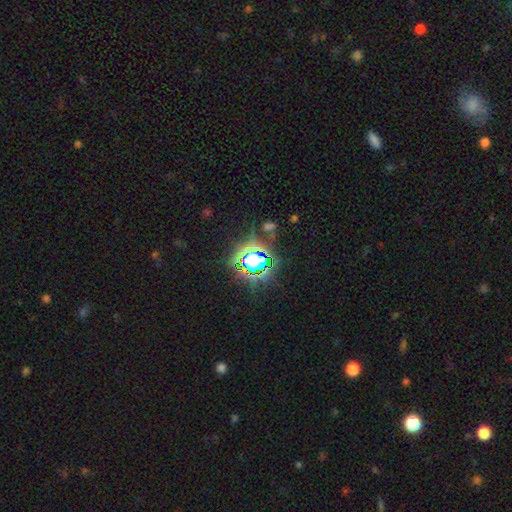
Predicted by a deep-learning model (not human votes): Smooth or featured? star or artifact (72%)